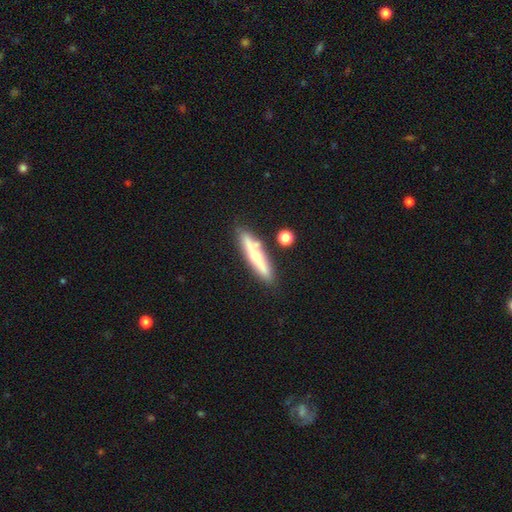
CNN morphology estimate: Smooth or featured? Predicted: smooth (p=0.46, tied with featured or disk). Merging? Predicted: none (p=0.74).